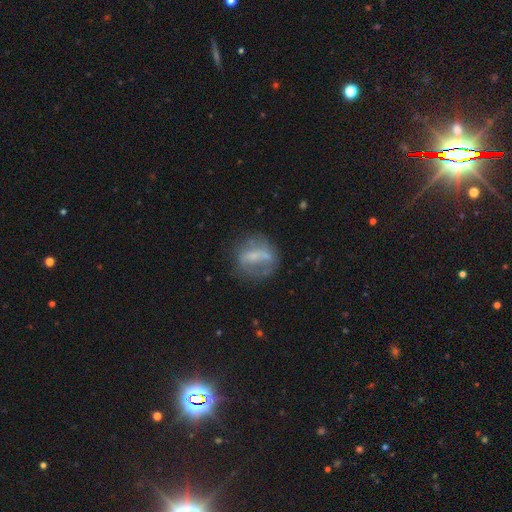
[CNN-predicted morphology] A featured or disk galaxy (48%).

Vote fractions:
- Smooth or featured? featured or disk: 48% / smooth: 42% / star or artifact: 11%
- Merging? none: 55% / minor disturbance: 22% / major disturbance: 18% / merger: 5%